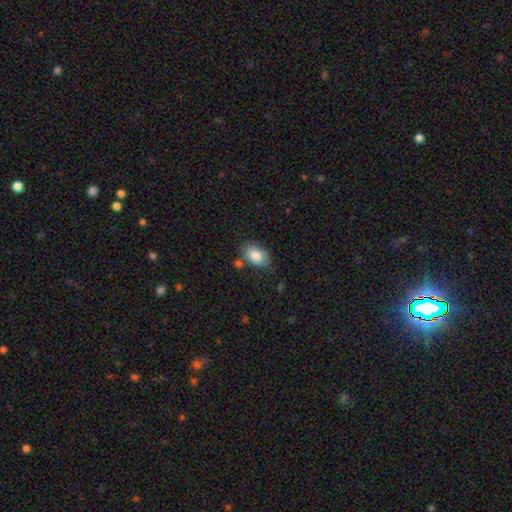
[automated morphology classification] type=smooth (81%); roundness=in between (87%); merging=none (72%).